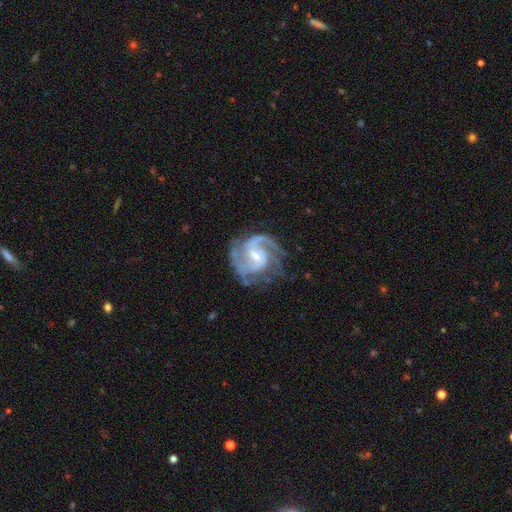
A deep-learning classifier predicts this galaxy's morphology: smooth-or-featured: featured or disk: 90% | smooth: 5% | star or artifact: 4%
  disk-edge-on: no: 98% | yes: 2%
    bar: weak: 61% | strong: 20% | no: 19%
    has-spiral-arms: yes: 97% | no: 3%
      spiral-winding: medium: 51% | tight: 36% | loose: 13%
      spiral-arm-count: 2: 64% | 3: 13% | can't tell: 11% | 1: 6% | 4: 3% | more than 4: 3%
    bulge-size: small: 49% | moderate: 39% | none: 7% | large: 4% | dominant: 1%
  merging: none: 62% | minor disturbance: 20% | major disturbance: 16% | merger: 2%